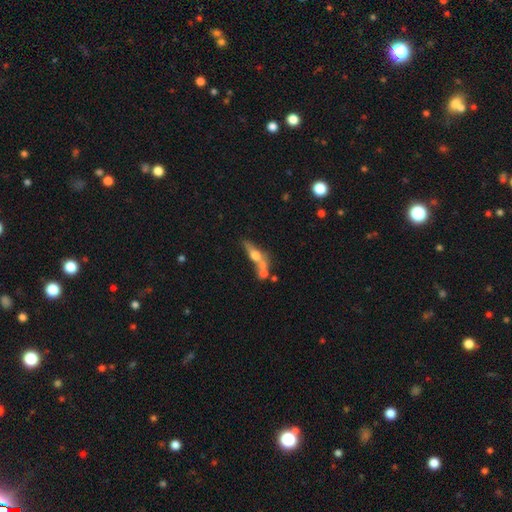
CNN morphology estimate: type=featured or disk (47%); merging=merger (44%).